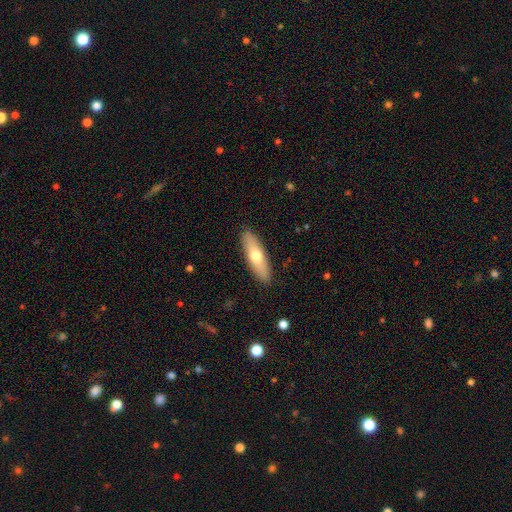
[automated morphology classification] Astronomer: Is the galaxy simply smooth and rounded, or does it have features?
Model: smooth — 61%.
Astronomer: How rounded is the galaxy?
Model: cigar-shaped — 58% (runner-up: in between, 40%).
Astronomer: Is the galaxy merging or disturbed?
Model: none — 90%.